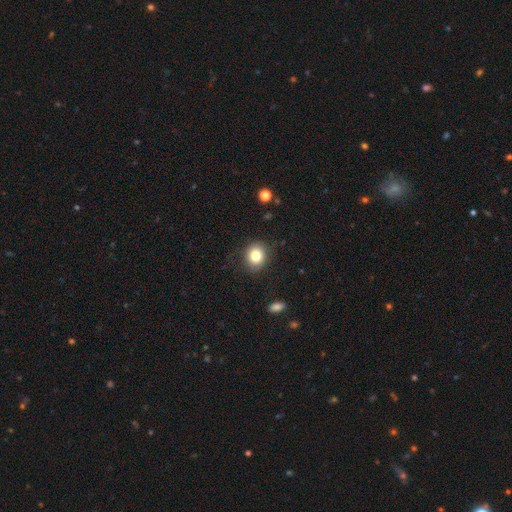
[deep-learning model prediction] Smooth or featured: smooth — 80% (star or artifact — 11%)
How rounded: round — 68% (in between — 32%)
Merging: none — 85% (minor disturbance — 11%)